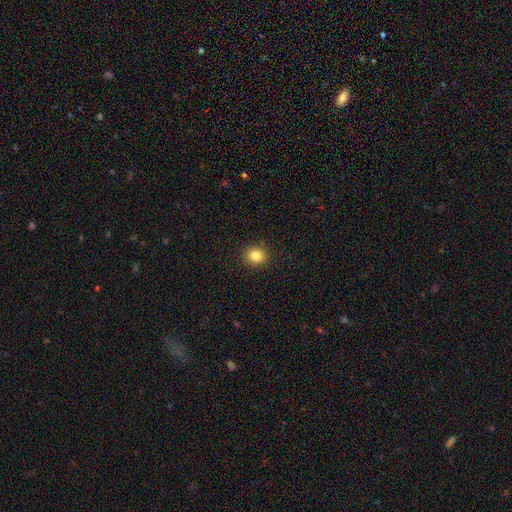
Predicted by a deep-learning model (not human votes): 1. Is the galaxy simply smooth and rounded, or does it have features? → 83% smooth, 11% star or artifact, 6% featured or disk.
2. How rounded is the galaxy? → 82% round, 17% in between, 1% cigar-shaped.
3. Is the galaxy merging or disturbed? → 91% none, 6% minor disturbance, 2% major disturbance, 1% merger.